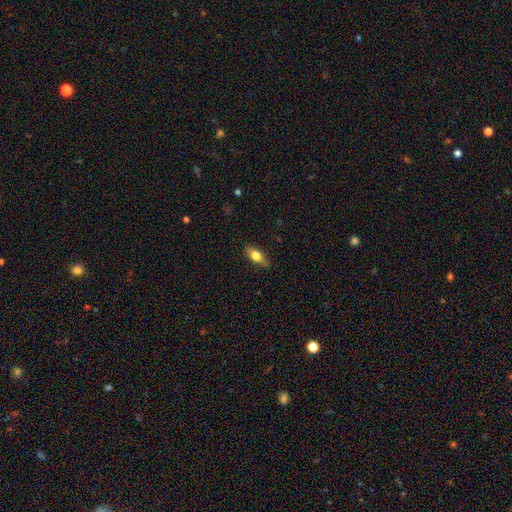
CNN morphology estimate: A smooth galaxy with no disk features (72%) that is in between round and cigar-shaped (81%).

Vote fractions:
- Smooth or featured? smooth: 72% / featured or disk: 20% / star or artifact: 7%
- How rounded? in between: 81% / cigar-shaped: 13% / round: 6%
- Merging? none: 81% / minor disturbance: 15% / major disturbance: 3% / merger: 1%